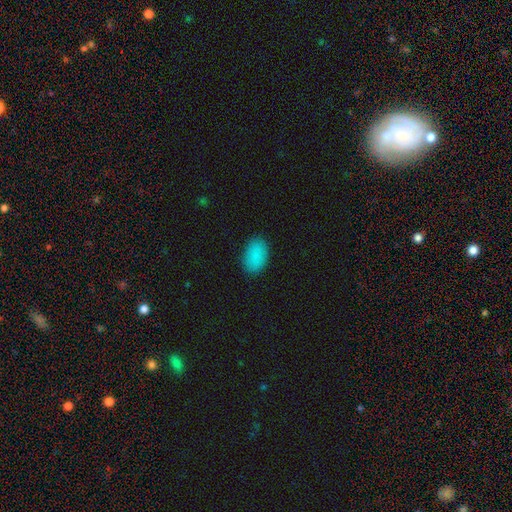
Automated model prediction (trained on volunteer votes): Morphology: type=smooth (88%); roundness=in between (92%); merging=none (86%).